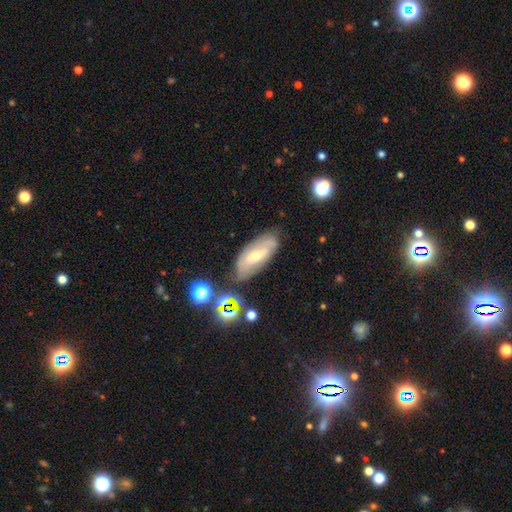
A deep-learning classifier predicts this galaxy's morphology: featured or disk 61%, smooth 29%, star or artifact 9%. Down the decision tree: edge-on disk — no (85%); bar — weak (41%); spiral arms — yes (69%); bulge size — small (51%); merging — none (70%).